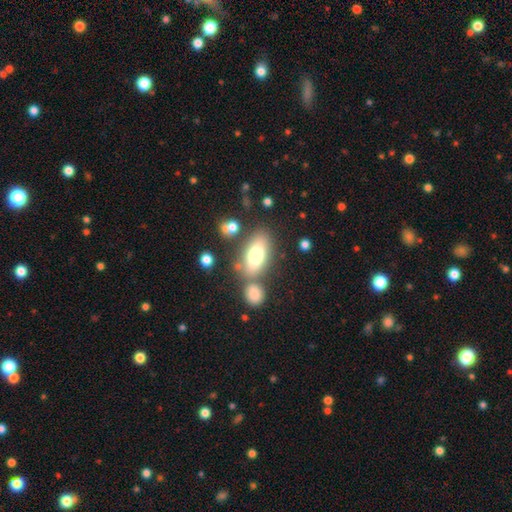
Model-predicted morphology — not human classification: This is likely a smooth galaxy (71%). How rounded: clearly in between (83%). Merging: likely none (66%).